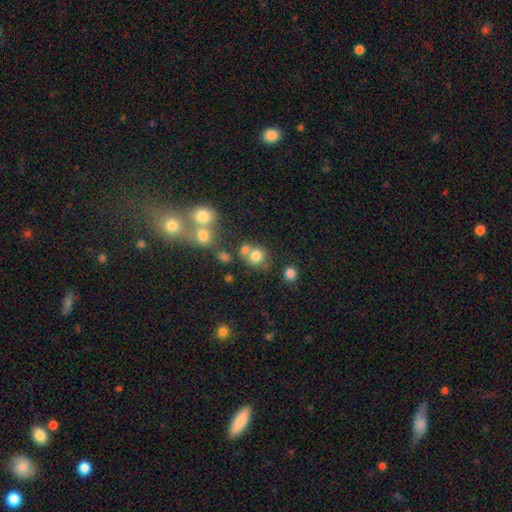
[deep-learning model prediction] smooth 75%, star or artifact 14%, featured or disk 11%. Down the decision tree: how rounded — round (81%); merging — none (51%).